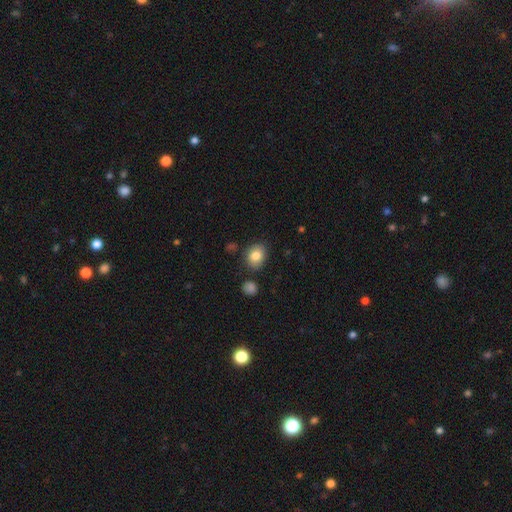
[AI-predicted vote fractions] Smooth or featured?
  - smooth: 82% *
  - featured or disk: 9%
  - star or artifact: 9%
How rounded?
  - in between: 56% *
  - round: 43%
  - cigar-shaped: 1%
Merging?
  - none: 80% *
  - minor disturbance: 13%
  - merger: 4%
  - major disturbance: 3%